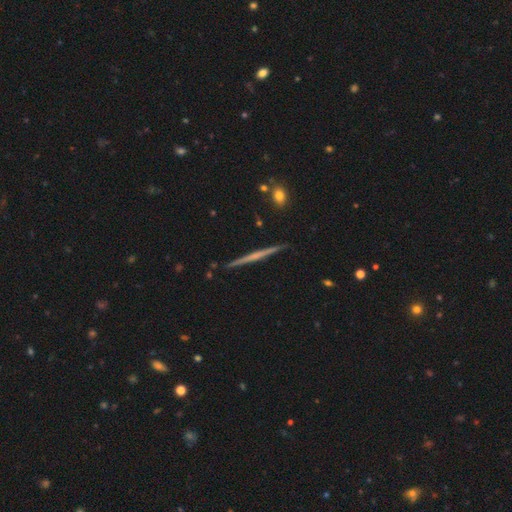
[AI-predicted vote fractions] Smooth or featured: featured or disk — 68% (smooth — 26%)
Edge-on disk: yes — 98% (no — 2%)
Edge-on bulge: none — 70% (rounded — 22%)
Merging: none — 90% (minor disturbance — 7%)